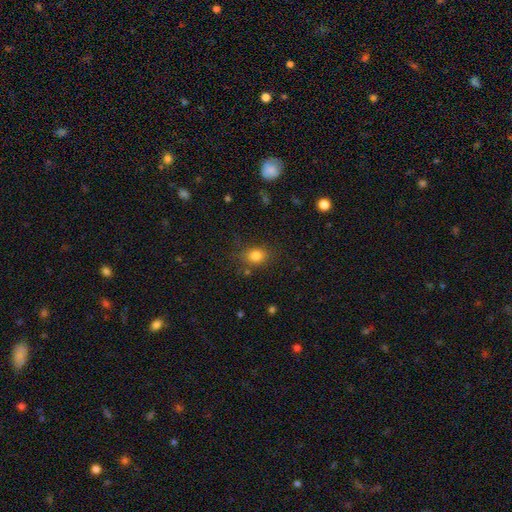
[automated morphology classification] Overall: smooth (82%). How rounded: in between (50%; round 49%). Merging: none (76%).